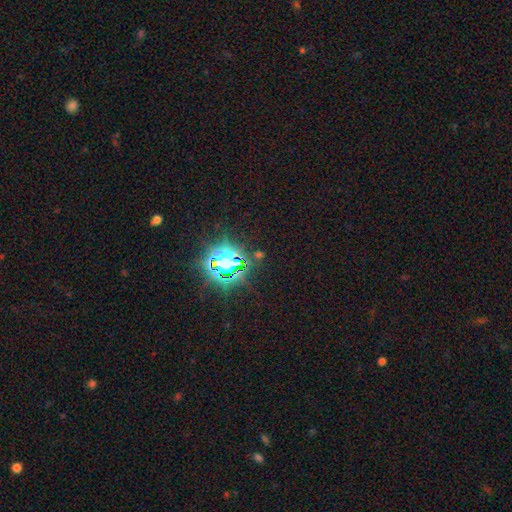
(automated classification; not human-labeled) Q: Smooth or featured?
A: star or artifact (78%); runner-up: smooth (14%)